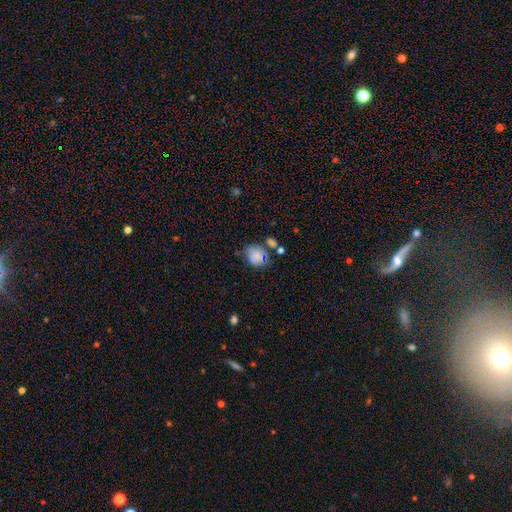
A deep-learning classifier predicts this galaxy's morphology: Smooth or featured?
  - smooth: 75% *
  - featured or disk: 14%
  - star or artifact: 11%
How rounded?
  - round: 64% *
  - in between: 35%
  - cigar-shaped: 1%
Merging?
  - none: 52% *
  - minor disturbance: 25%
  - merger: 14%
  - major disturbance: 9%